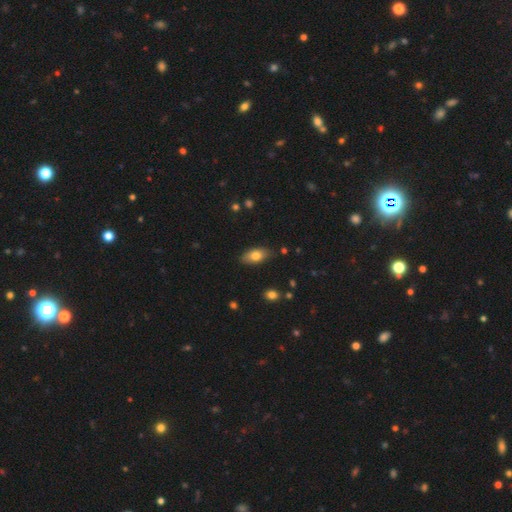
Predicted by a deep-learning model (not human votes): A smooth galaxy with no disk features (76%) that is in between round and cigar-shaped (89%). Merging: none (81%).